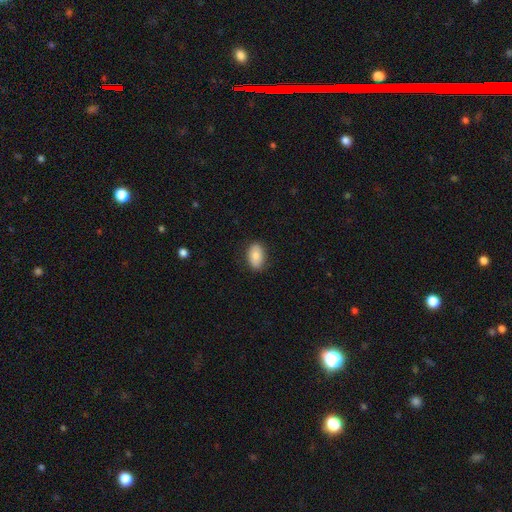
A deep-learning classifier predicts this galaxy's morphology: A smooth galaxy with no disk features (82%) that is in between round and cigar-shaped (90%). Merging: none (83%).